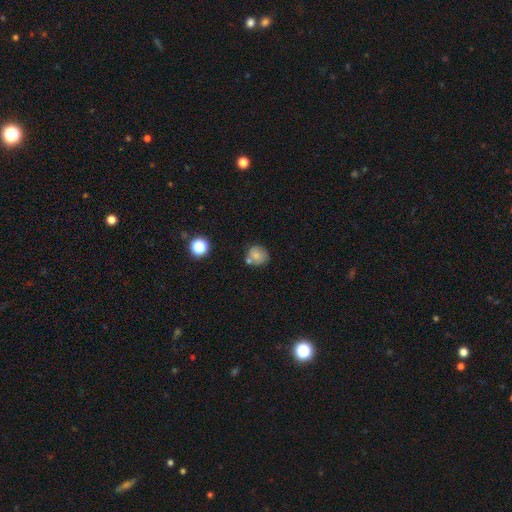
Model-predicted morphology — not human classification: A smooth galaxy with no disk features (71%) that is round (77%).

Vote fractions:
- Smooth or featured? smooth: 71% / featured or disk: 18% / star or artifact: 12%
- How rounded? round: 77% / in between: 22% / cigar-shaped: 1%
- Merging? none: 60% / minor disturbance: 18% / merger: 17% / major disturbance: 5%